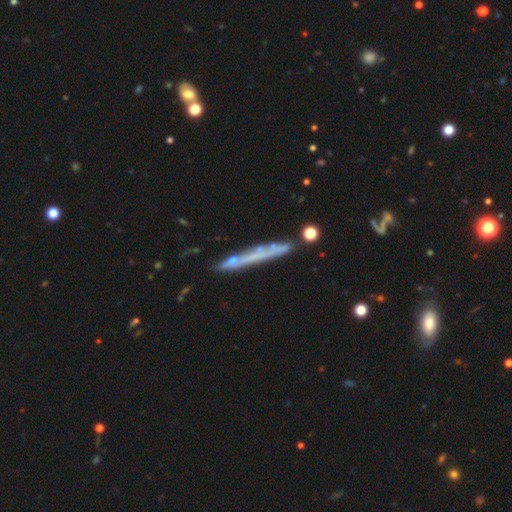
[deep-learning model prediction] A featured or disk galaxy (51%) viewed edge-on (87%). Merging: none (73%).